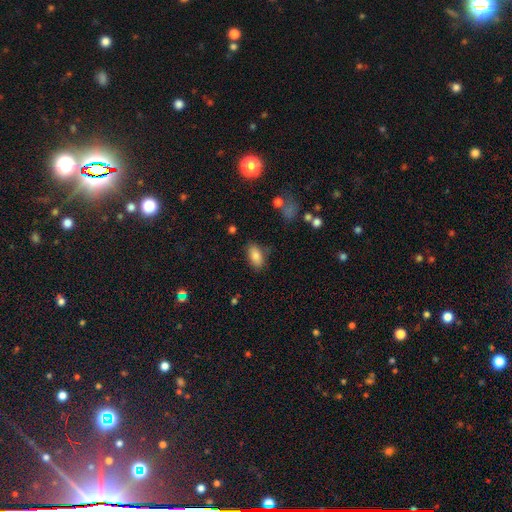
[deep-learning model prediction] Q: Smooth or featured?
A: smooth (84%); runner-up: star or artifact (8%)
Q: How rounded?
A: in between (91%); runner-up: cigar-shaped (5%)
Q: Merging?
A: none (79%); runner-up: minor disturbance (14%)